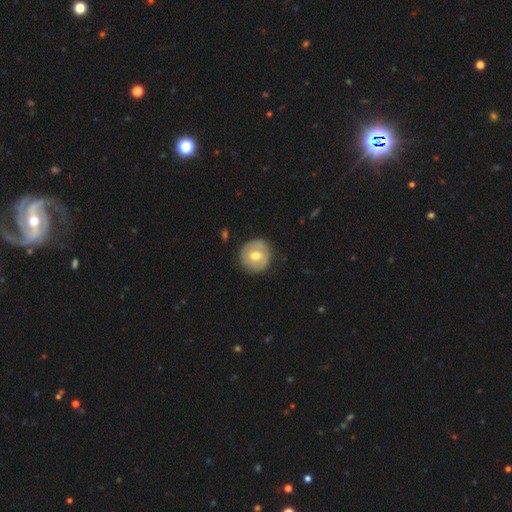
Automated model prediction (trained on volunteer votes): A featured or disk galaxy (49%). Merging: none (81%).